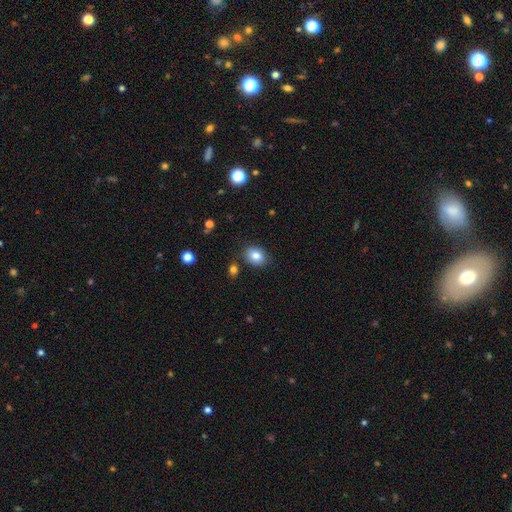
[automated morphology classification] A smooth galaxy with no disk features (83%) that is in between round and cigar-shaped (53%).

Vote fractions:
- Smooth or featured? smooth: 83% / star or artifact: 10% / featured or disk: 8%
- How rounded? in between: 53% / round: 46% / cigar-shaped: 1%
- Merging? none: 84% / minor disturbance: 10% / merger: 3% / major disturbance: 3%